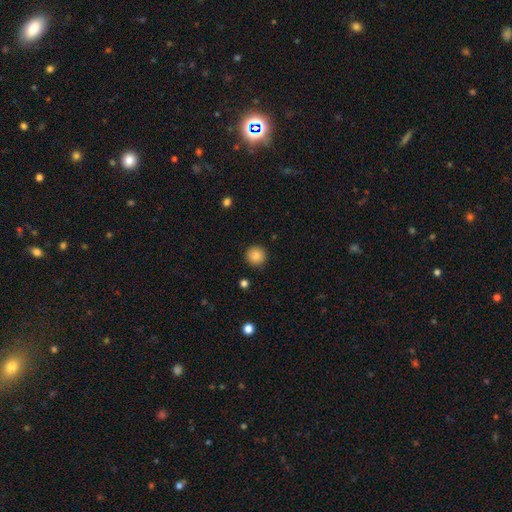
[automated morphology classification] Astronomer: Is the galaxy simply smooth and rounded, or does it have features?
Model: smooth — 87%.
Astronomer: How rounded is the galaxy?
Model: round — 94%.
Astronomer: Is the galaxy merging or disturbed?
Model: none — 90%.